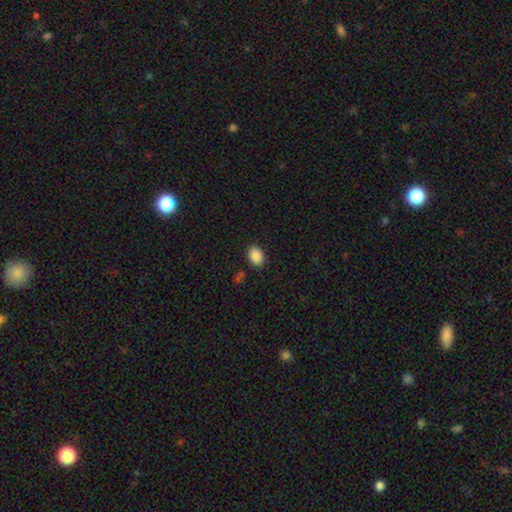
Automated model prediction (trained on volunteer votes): A smooth galaxy with no disk features (88%) that is in between round and cigar-shaped (71%). Merging: none (85%).